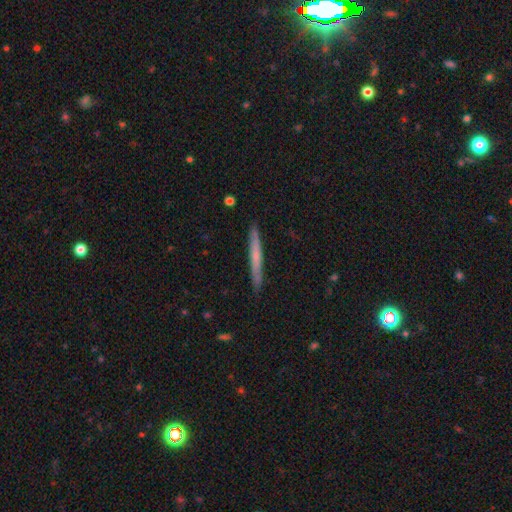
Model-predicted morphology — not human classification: smooth-or-featured: smooth: 53% | featured or disk: 42% | star or artifact: 6%
  how-rounded: cigar-shaped: 97% | in between: 2% | round: 1%
  merging: none: 90% | minor disturbance: 8% | major disturbance: 1% | merger: 1%